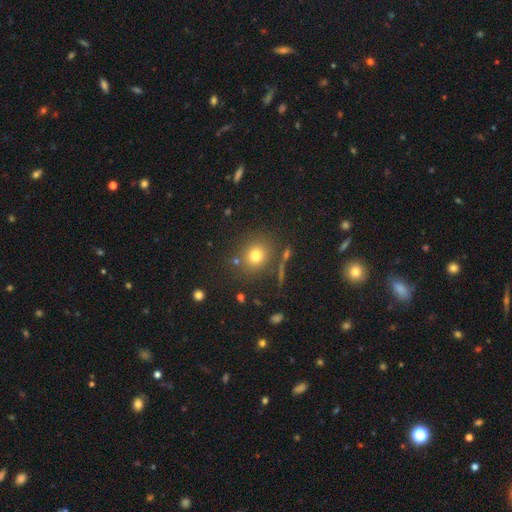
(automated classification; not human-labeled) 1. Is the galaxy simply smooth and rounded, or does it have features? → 75% smooth, 15% star or artifact, 10% featured or disk.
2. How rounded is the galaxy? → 81% round, 18% in between, 1% cigar-shaped.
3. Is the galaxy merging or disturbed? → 80% none, 10% minor disturbance, 7% merger, 4% major disturbance.